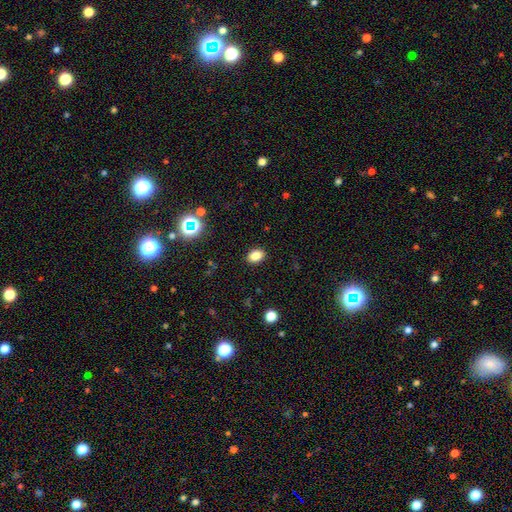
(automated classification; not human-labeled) Overall: smooth (83%). How rounded: in between (77%). Merging: none (89%).